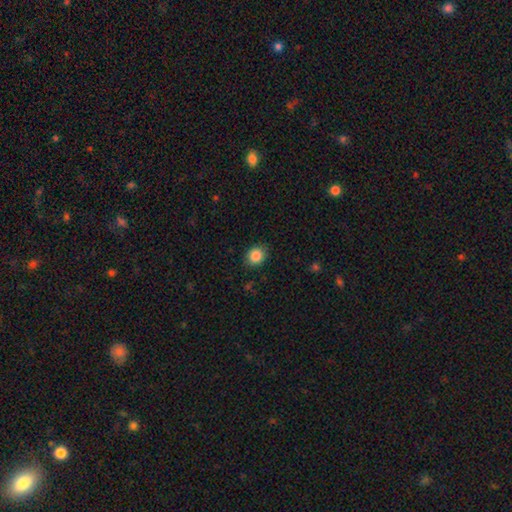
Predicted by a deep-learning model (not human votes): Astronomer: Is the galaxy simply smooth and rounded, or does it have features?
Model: smooth — 87%.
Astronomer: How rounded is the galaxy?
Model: round — 71%.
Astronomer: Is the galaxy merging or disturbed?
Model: none — 87%.